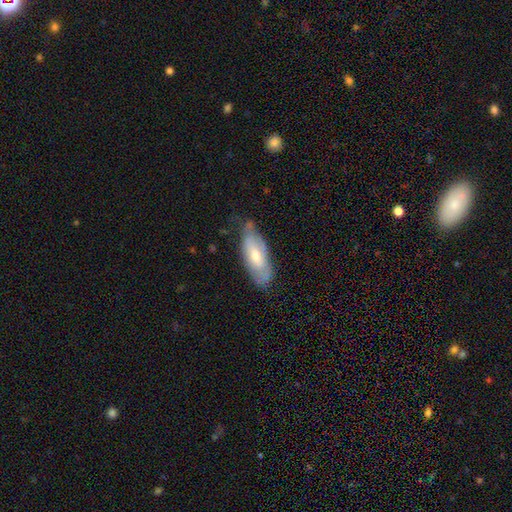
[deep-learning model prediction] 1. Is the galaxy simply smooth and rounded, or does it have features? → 47% featured or disk (tied), 47% smooth (tied), 6% star or artifact.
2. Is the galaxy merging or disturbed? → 61% none, 30% minor disturbance, 7% major disturbance, 2% merger.